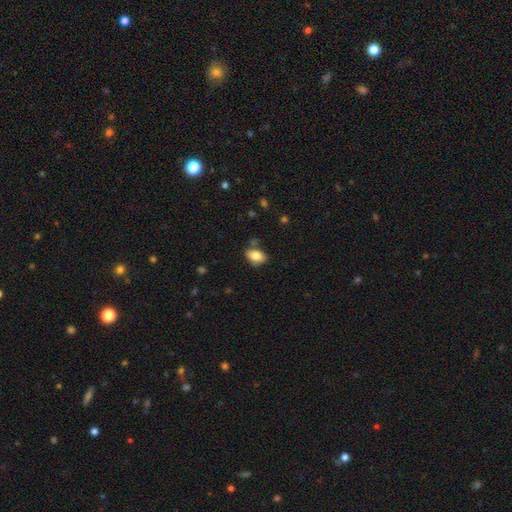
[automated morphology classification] smooth 82%, featured or disk 9%, star or artifact 8%. Down the decision tree: how rounded — in between (83%); merging — none (73%).